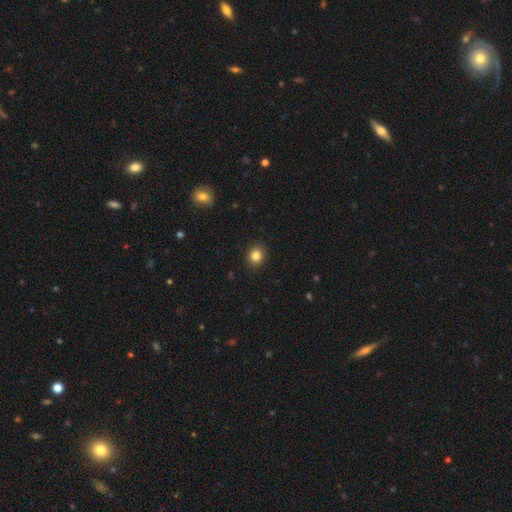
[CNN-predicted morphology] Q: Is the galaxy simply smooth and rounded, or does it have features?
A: smooth — 84%.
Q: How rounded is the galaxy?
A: round — 83%.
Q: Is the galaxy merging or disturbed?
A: none — 90%.